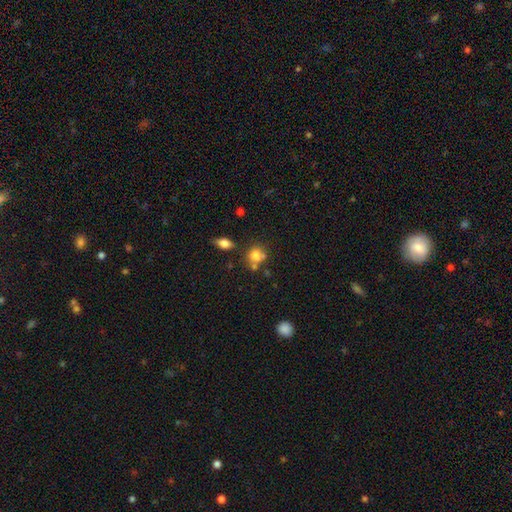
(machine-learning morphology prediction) smooth-or-featured: smooth: 75% | star or artifact: 13% | featured or disk: 12%
  how-rounded: round: 69% | in between: 30% | cigar-shaped: 1%
  merging: none: 49% | merger: 30% | minor disturbance: 15% | major disturbance: 6%